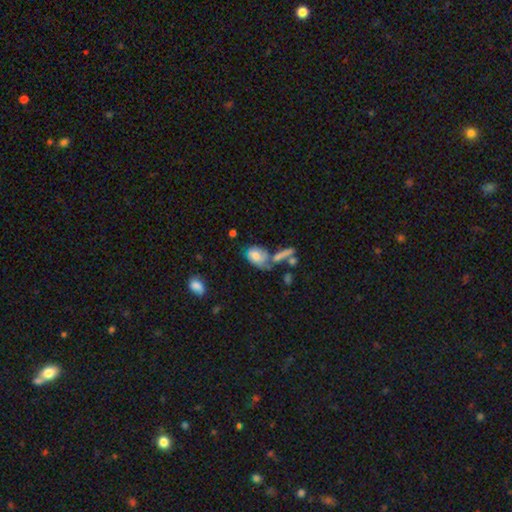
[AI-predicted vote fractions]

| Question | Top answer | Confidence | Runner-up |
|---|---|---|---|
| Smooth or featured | smooth | 63% | featured or disk (28%) |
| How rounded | in between | 81% | round (15%) |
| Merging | merger | 32% | none (30%) |